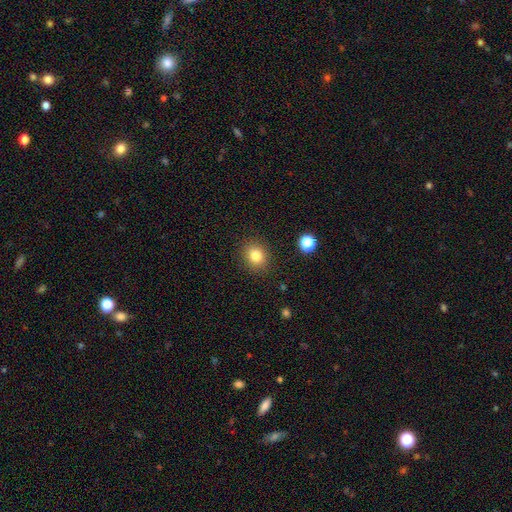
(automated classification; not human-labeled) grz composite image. It shows a smooth galaxy with no disk features (81%) that is round (69%). Merging: none (88%).